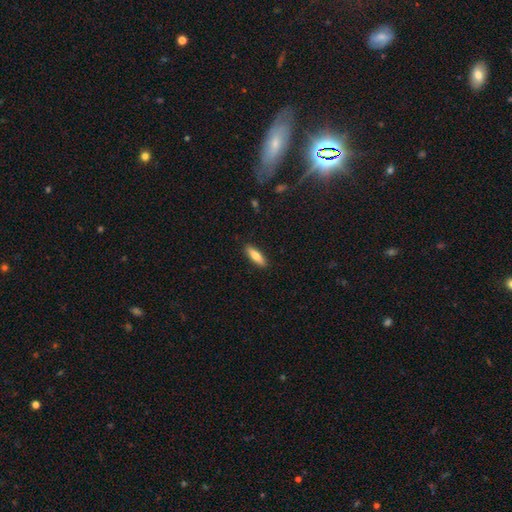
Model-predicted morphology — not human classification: Smooth or featured? smooth (77%)
How rounded? cigar-shaped (54%)
Merging? none (90%)